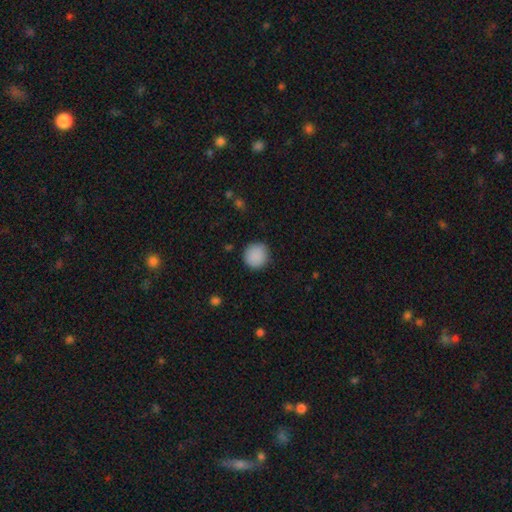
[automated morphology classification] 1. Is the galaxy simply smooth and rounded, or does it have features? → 89% smooth, 8% star or artifact, 3% featured or disk.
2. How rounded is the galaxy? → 93% round, 6% in between, 1% cigar-shaped.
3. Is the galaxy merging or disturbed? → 89% none, 7% minor disturbance, 2% major disturbance, 1% merger.